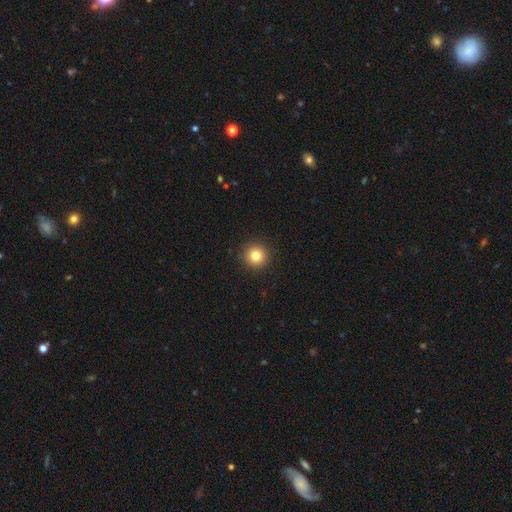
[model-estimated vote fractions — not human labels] smooth_or_featured: smooth (p=0.82) [alt: star or artifact p=0.11]
how_rounded: round (p=0.96) [alt: in between p=0.03]
merging: none (p=0.93) [alt: minor disturbance p=0.05]